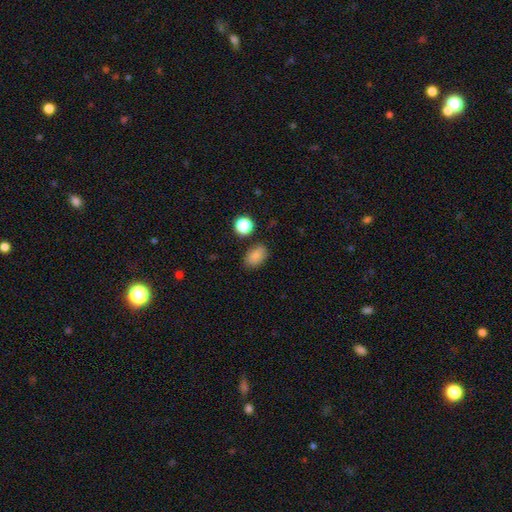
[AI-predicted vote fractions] Q: Smooth or featured?
A: smooth (83%); runner-up: star or artifact (11%)
Q: How rounded?
A: in between (83%); runner-up: round (15%)
Q: Merging?
A: none (79%); runner-up: minor disturbance (14%)